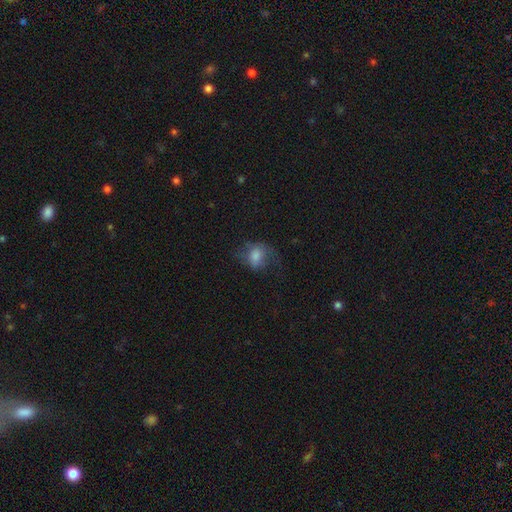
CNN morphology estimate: Smooth or featured: smooth — 71% (featured or disk — 19%)
How rounded: round — 49% (tied with in between — 49%)
Merging: none — 44% (major disturbance — 29%)